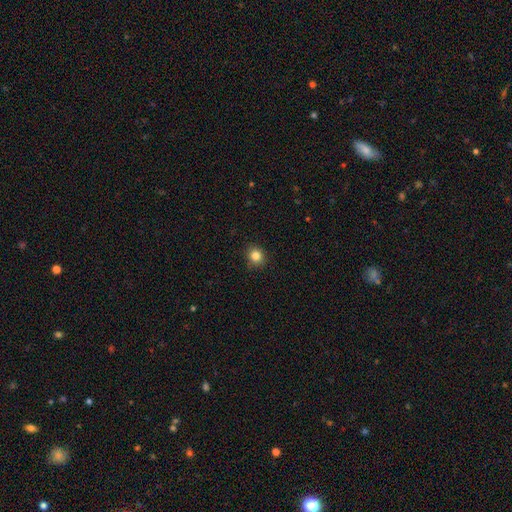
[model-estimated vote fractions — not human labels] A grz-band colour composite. It shows a smooth galaxy with no disk features (83%) that is round (83%). Merging: none (89%).